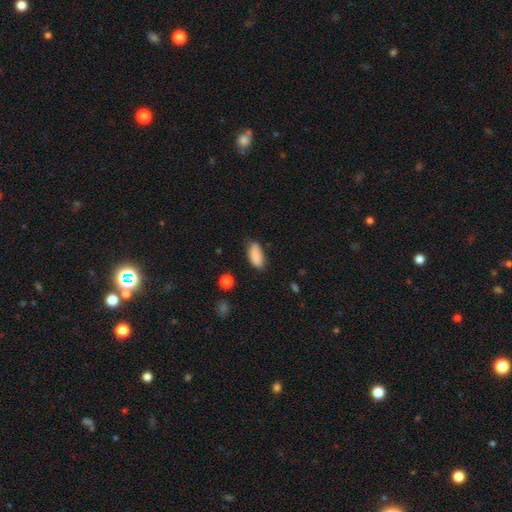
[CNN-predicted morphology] Smooth or featured?
  - smooth: 88% *
  - star or artifact: 7%
  - featured or disk: 5%
How rounded?
  - in between: 88% *
  - cigar-shaped: 10%
  - round: 2%
Merging?
  - none: 77% *
  - minor disturbance: 18%
  - major disturbance: 3%
  - merger: 2%